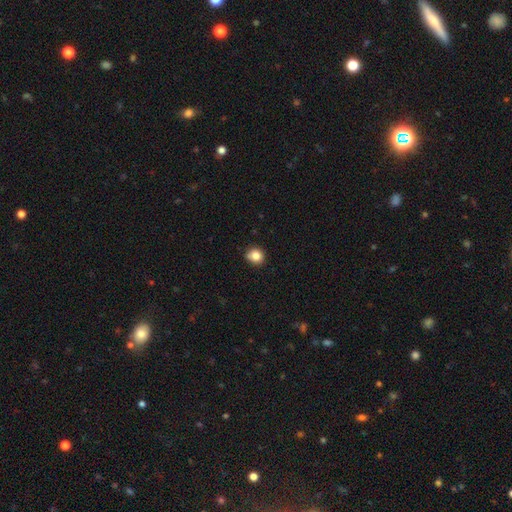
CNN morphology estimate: Smooth or featured? Predicted: smooth (p=0.82). How rounded? Predicted: round (p=0.84). Merging? Predicted: none (p=0.80).